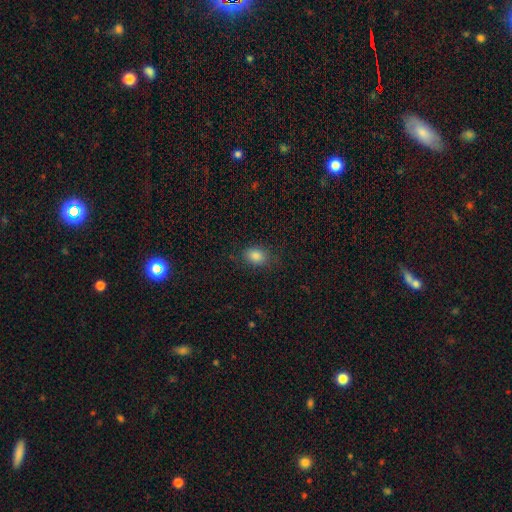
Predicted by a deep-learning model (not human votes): smooth_or_featured: smooth (p=0.85) [alt: star or artifact p=0.10]
how_rounded: in between (p=0.68) [alt: round p=0.31]
merging: none (p=0.83) [alt: minor disturbance p=0.12]